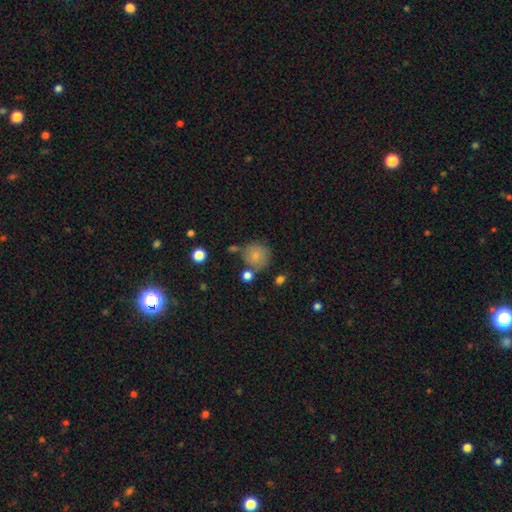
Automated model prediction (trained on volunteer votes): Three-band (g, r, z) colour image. It shows a smooth galaxy with no disk features (76%) that is round (88%). Merging: none (62%).